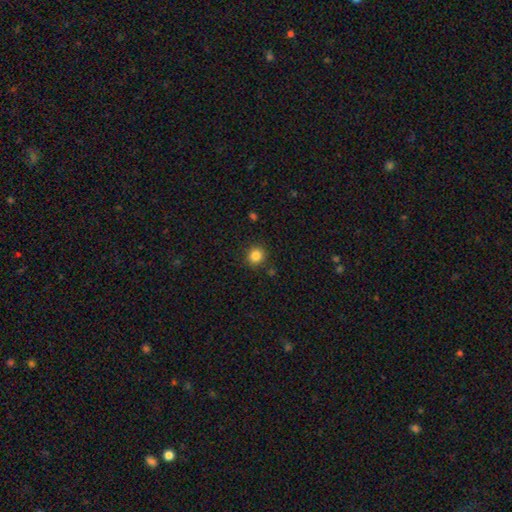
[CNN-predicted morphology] The model was most divided on "smooth or featured": smooth: 85%, star or artifact: 11%, featured or disk: 4%. More confident: how rounded — round (89%); merging — none (88%).